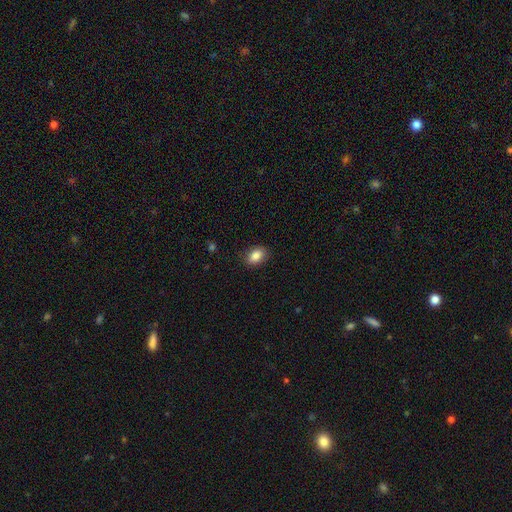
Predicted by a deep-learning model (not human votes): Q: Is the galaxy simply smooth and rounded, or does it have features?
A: smooth — 86%.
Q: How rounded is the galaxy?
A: in between — 81%.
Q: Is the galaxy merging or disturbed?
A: none — 87%.